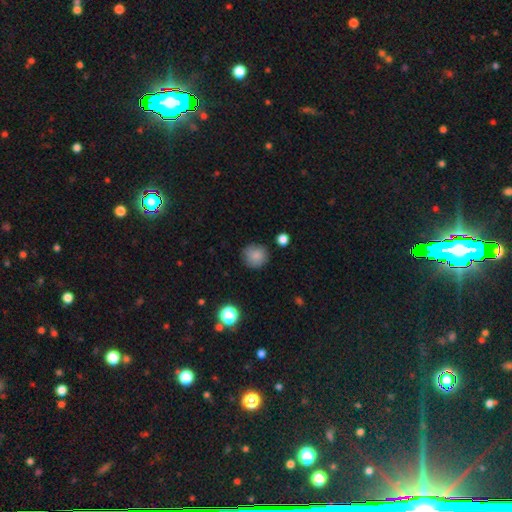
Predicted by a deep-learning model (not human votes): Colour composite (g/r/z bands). It shows a smooth galaxy with no disk features (84%) that is round (92%). Merging: none (85%).